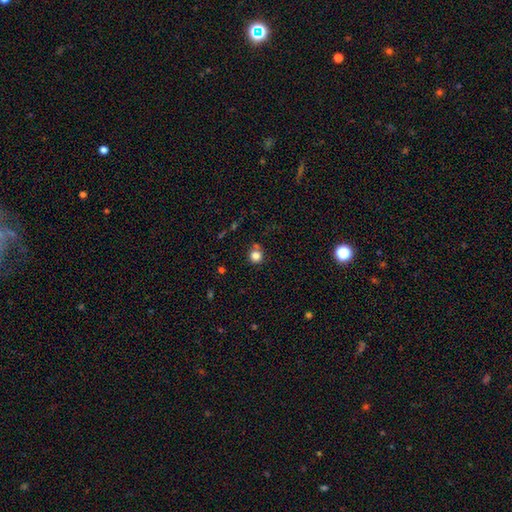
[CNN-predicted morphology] The model was most divided on "merging": none: 74%, minor disturbance: 14%, merger: 9%, major disturbance: 4%. More confident: how rounded — round (91%); smooth or featured — smooth (82%).